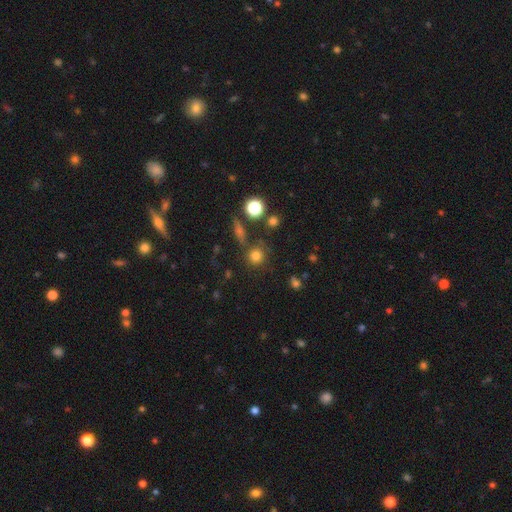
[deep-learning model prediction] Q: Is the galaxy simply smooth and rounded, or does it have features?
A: smooth — 76%.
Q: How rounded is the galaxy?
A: round — 91%.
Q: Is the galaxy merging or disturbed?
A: none — 77%.